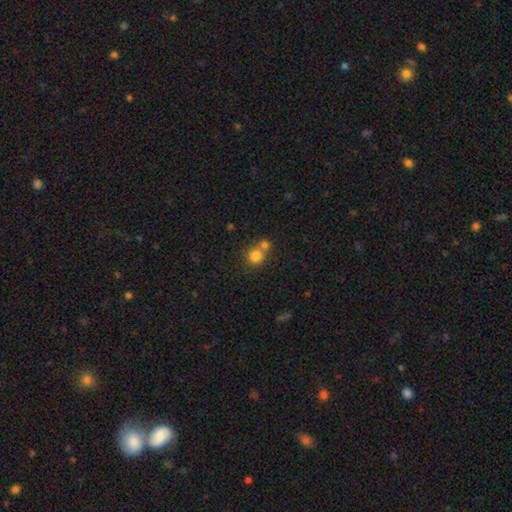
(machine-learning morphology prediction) This appears to be a smooth galaxy with no disk features (79%) that is round (87%). Merging: none (47%).